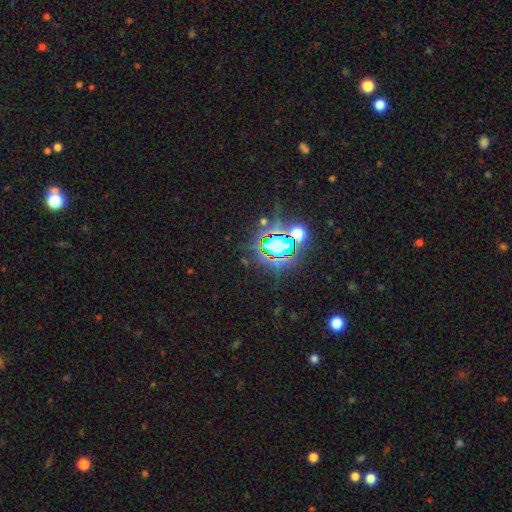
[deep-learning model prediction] Morphology: type=star or artifact (82%).